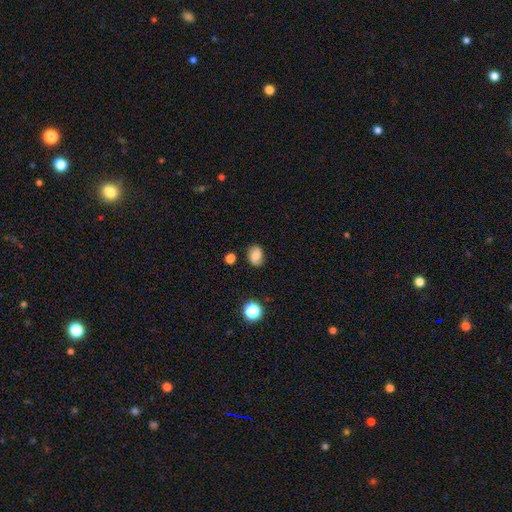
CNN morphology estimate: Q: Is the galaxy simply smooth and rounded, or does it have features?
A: smooth — 74%.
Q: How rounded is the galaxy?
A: in between — 63%.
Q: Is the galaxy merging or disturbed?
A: none — 75%.